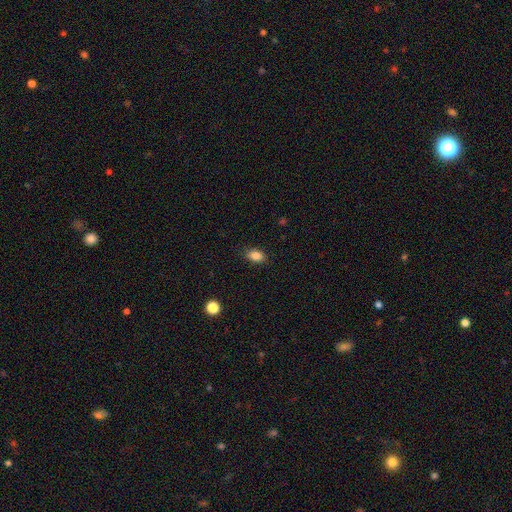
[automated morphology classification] type=smooth (87%); roundness=in between (84%); merging=none (85%).